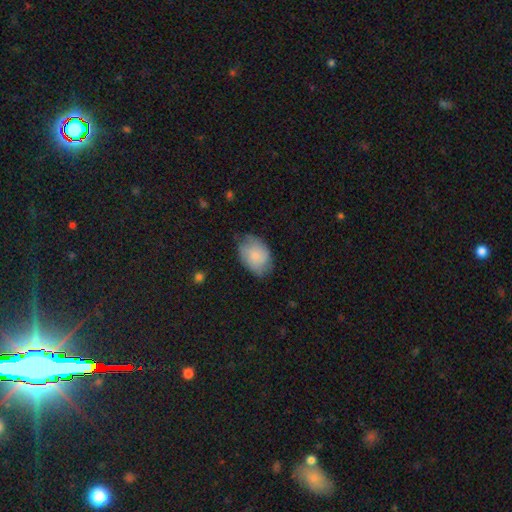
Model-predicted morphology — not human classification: Smooth or featured? Predicted: smooth (p=0.68). How rounded? Predicted: in between (p=0.82). Merging? Predicted: none (p=0.67).